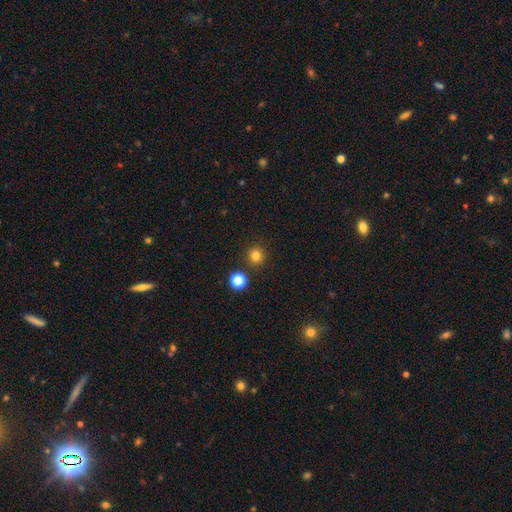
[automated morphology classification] A smooth galaxy with no disk features (81%) that is round (95%). Merging: none (89%).